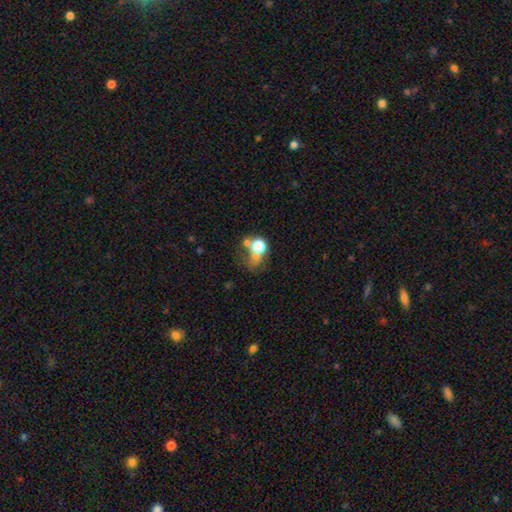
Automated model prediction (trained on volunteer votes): This appears to be a smooth galaxy with no disk features (46%). Merging: none (37%).